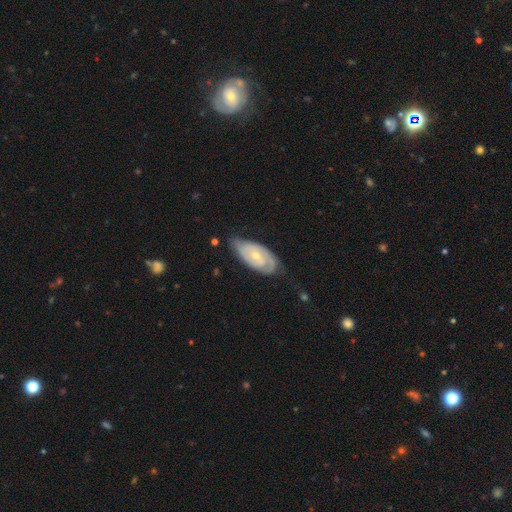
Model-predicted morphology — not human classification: Smooth or featured?
  - featured or disk: 79% *
  - smooth: 16%
  - star or artifact: 5%
Edge-on disk?
  - no: 94% *
  - yes: 6%
Bar?
  - no: 66% *
  - weak: 28%
  - strong: 5%
Spiral arms?
  - yes: 93% *
  - no: 7%
Spiral winding?
  - tight: 65% *
  - medium: 28%
  - loose: 7%
Spiral arm count?
  - 2: 65% *
  - can't tell: 19%
  - 3: 7%
  - 1: 5%
  - 4: 2%
  - more than 4: 2%
Bulge size?
  - small: 56% *
  - moderate: 40%
  - none: 2%
  - large: 1%
  - dominant: 1%
Merging?
  - none: 65% *
  - minor disturbance: 26%
  - major disturbance: 7%
  - merger: 2%